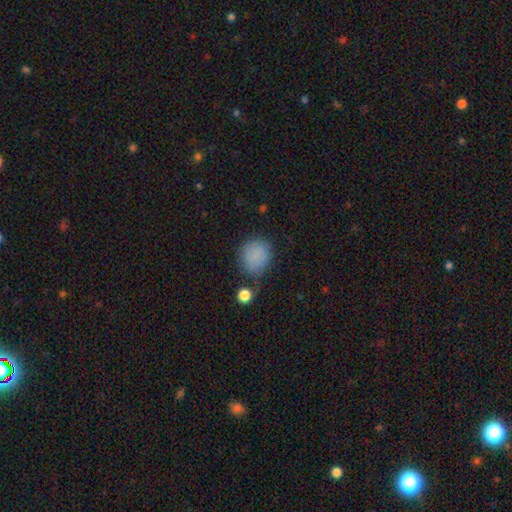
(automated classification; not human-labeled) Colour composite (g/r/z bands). It shows a smooth galaxy with no disk features (84%) that is round (82%). Merging: none (69%).